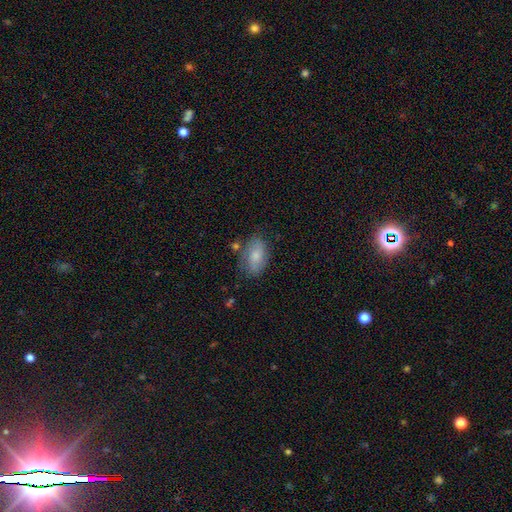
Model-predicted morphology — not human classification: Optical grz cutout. It shows a smooth galaxy with no disk features (69%) that is in between round and cigar-shaped (89%). Merging: none (69%).